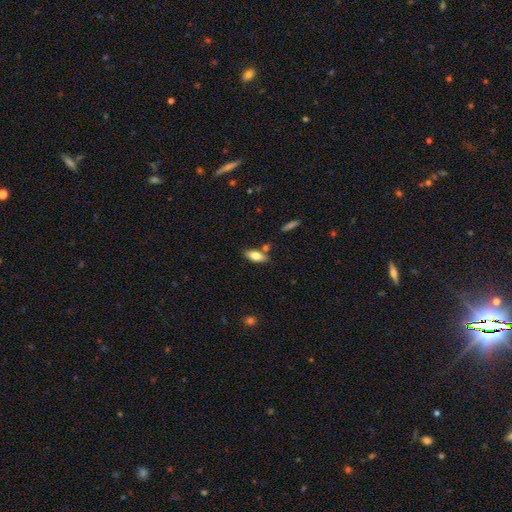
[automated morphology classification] A smooth galaxy with no disk features (77%) that is in between round and cigar-shaped (83%). Merging: none (73%).